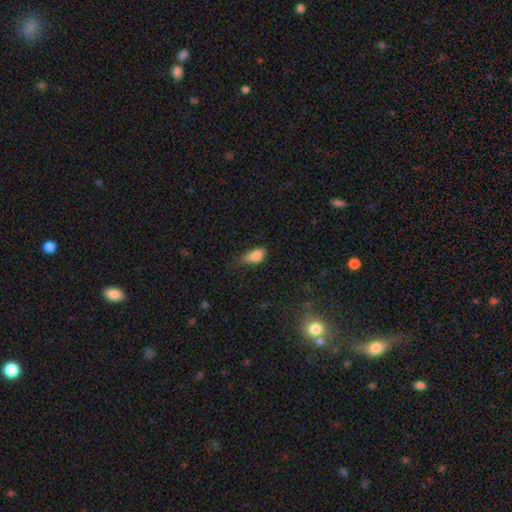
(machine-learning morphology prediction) smooth-or-featured: smooth: 83% | star or artifact: 9% | featured or disk: 8%
  how-rounded: in between: 86% | cigar-shaped: 8% | round: 6%
  merging: minor disturbance: 42% | none: 39% | major disturbance: 16% | merger: 2%